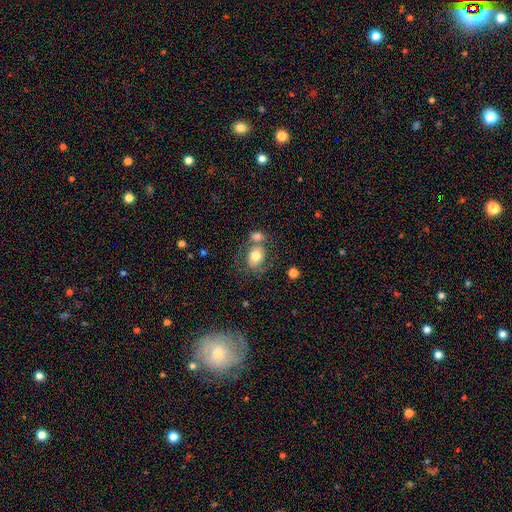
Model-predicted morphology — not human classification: Smooth or featured: smooth — 70% (featured or disk — 21%)
How rounded: in between — 58% (round — 41%)
Merging: none — 42% (merger — 35%)